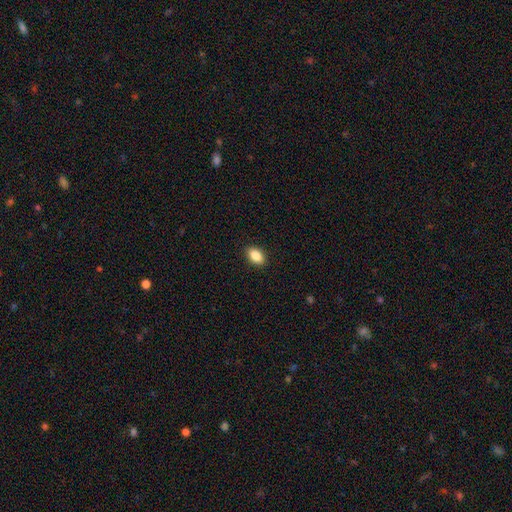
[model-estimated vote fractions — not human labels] A smooth galaxy with no disk features (88%) that is in between round and cigar-shaped (90%).

Vote fractions:
- Smooth or featured? smooth: 88% / star or artifact: 8% / featured or disk: 5%
- How rounded? in between: 90% / round: 9% / cigar-shaped: 2%
- Merging? none: 90% / minor disturbance: 7% / major disturbance: 2% / merger: 1%